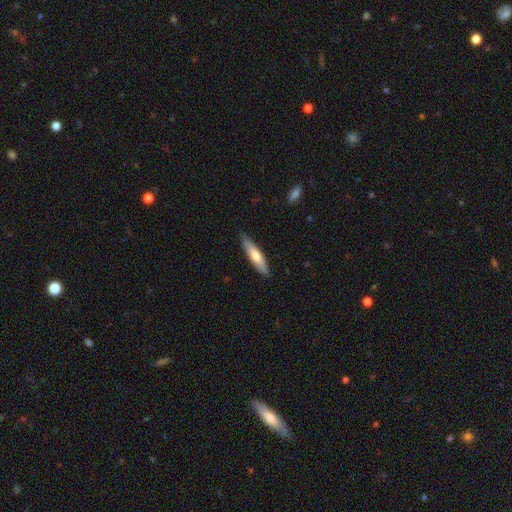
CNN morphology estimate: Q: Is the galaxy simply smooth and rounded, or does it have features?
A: smooth — 65%.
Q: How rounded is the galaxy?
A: cigar-shaped — 79%.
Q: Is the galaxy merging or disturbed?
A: none — 86%.